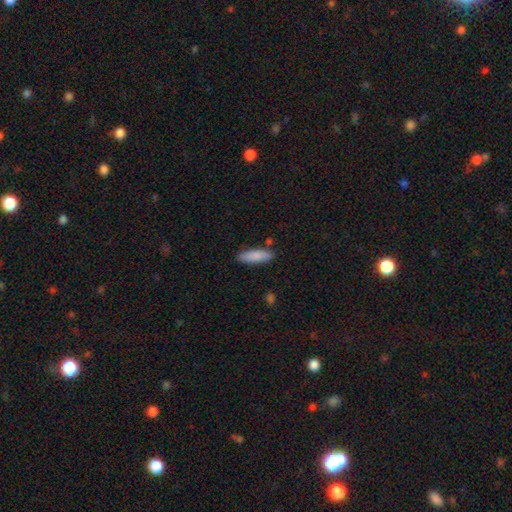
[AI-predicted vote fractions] This is clearly a smooth galaxy (85%). How rounded: possibly cigar-shaped (51%). Merging: clearly none (83%).